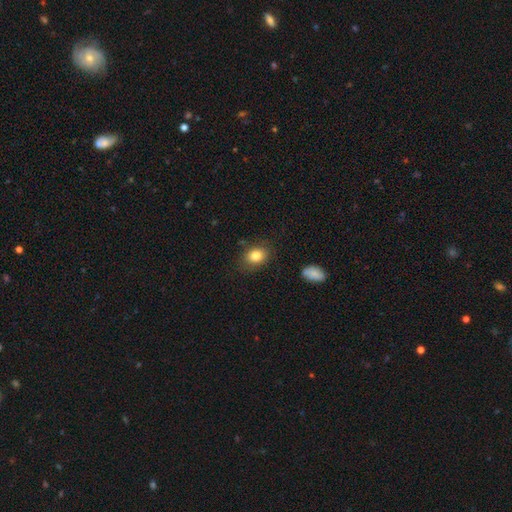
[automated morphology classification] A smooth galaxy with no disk features (83%) that is in between round and cigar-shaped (62%).

Vote fractions:
- Smooth or featured? smooth: 83% / star or artifact: 9% / featured or disk: 8%
- How rounded? in between: 62% / round: 37% / cigar-shaped: 1%
- Merging? none: 79% / minor disturbance: 15% / major disturbance: 4% / merger: 2%